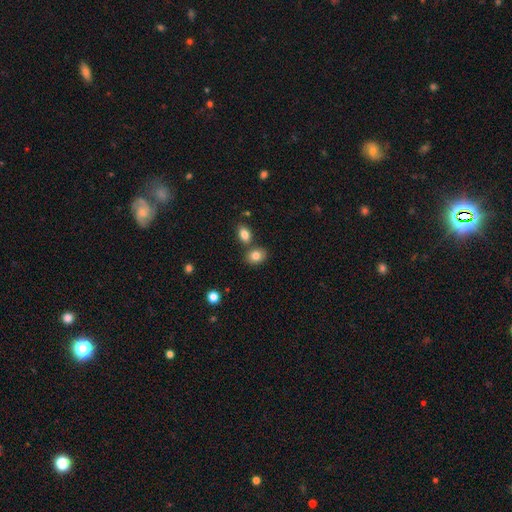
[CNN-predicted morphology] Smooth or featured?
  - smooth: 82% *
  - star or artifact: 10%
  - featured or disk: 8%
How rounded?
  - in between: 59% *
  - round: 40%
  - cigar-shaped: 1%
Merging?
  - none: 68% *
  - merger: 19%
  - minor disturbance: 11%
  - major disturbance: 3%